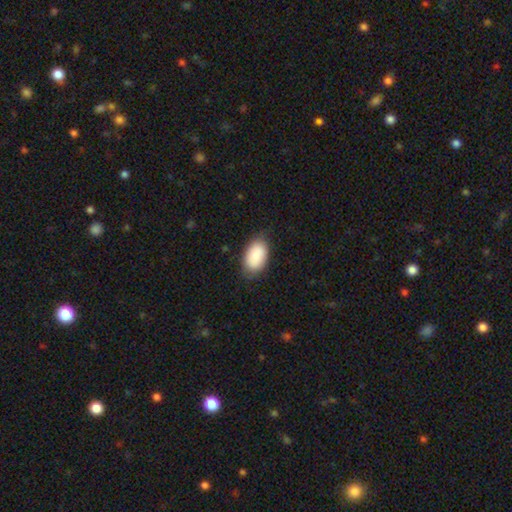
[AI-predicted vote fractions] A smooth galaxy with no disk features (86%) that is in between round and cigar-shaped (92%).

Vote fractions:
- Smooth or featured? smooth: 86% / featured or disk: 8% / star or artifact: 6%
- How rounded? in between: 92% / round: 7% / cigar-shaped: 1%
- Merging? none: 79% / minor disturbance: 17% / major disturbance: 4% / merger: 1%